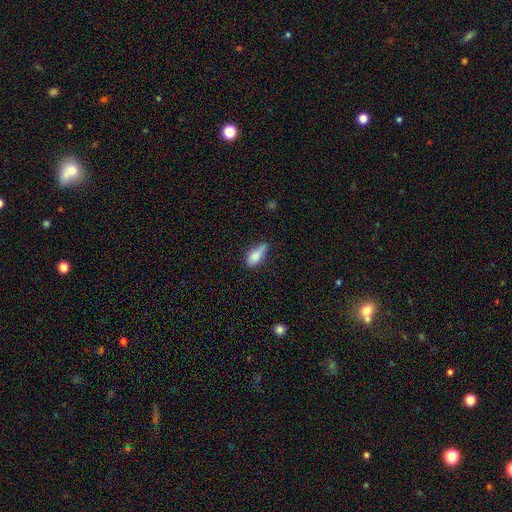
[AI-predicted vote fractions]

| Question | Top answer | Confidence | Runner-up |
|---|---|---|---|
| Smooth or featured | smooth | 80% | featured or disk (13%) |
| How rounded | in between | 76% | cigar-shaped (20%) |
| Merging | none | 45% | minor disturbance (41%) |